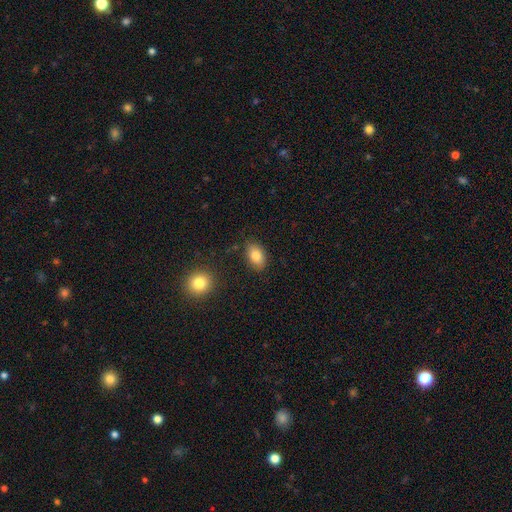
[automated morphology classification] smooth-or-featured: smooth: 83% | featured or disk: 9% | star or artifact: 8%
  how-rounded: in between: 88% | round: 11% | cigar-shaped: 1%
  merging: none: 83% | minor disturbance: 11% | major disturbance: 3% | merger: 2%